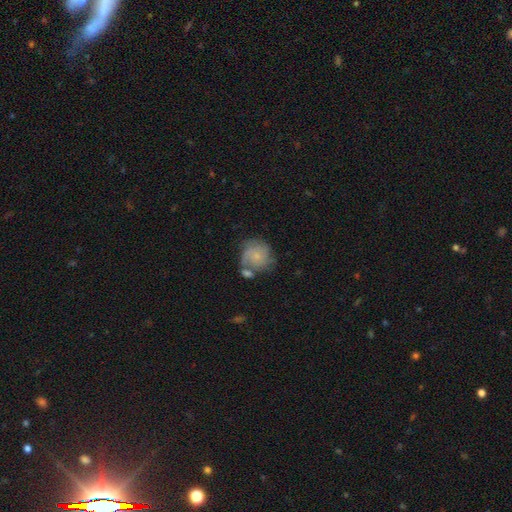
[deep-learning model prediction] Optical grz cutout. It shows a featured or disk galaxy (50%). Merging: none (50%).